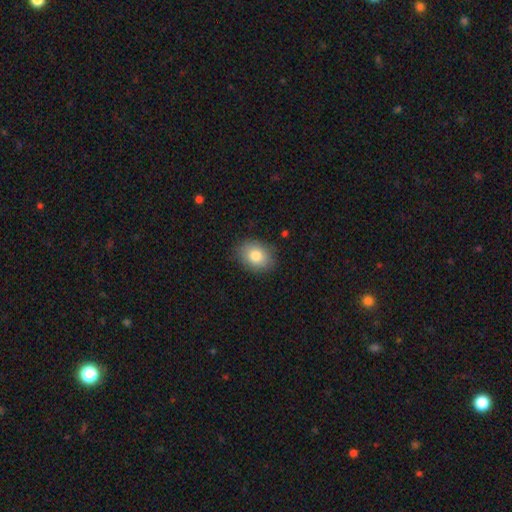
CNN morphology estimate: smooth-or-featured: smooth: 81% | featured or disk: 10% | star or artifact: 9%
  how-rounded: in between: 63% | round: 36% | cigar-shaped: 1%
  merging: none: 84% | minor disturbance: 12% | major disturbance: 3% | merger: 1%